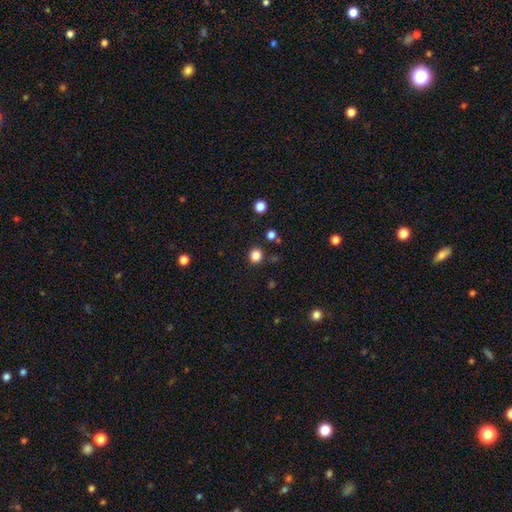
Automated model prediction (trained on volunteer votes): Overall: smooth (84%). How rounded: round (85%). Merging: none (86%).